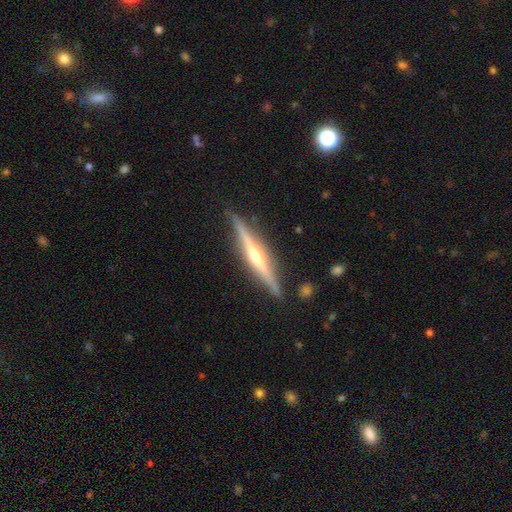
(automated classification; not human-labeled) Q: Smooth or featured?
A: featured or disk (81%); runner-up: smooth (14%)
Q: Edge-on disk?
A: yes (98%); runner-up: no (2%)
Q: Edge-on bulge?
A: rounded (85%); runner-up: none (8%)
Q: Merging?
A: none (89%); runner-up: minor disturbance (8%)